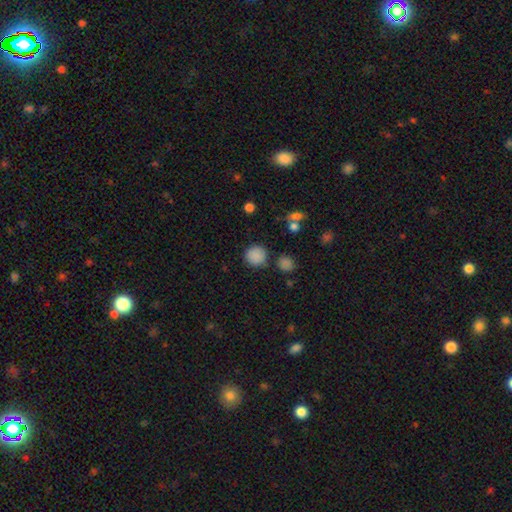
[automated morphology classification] Smooth or featured? smooth (84%)
How rounded? round (91%)
Merging? none (80%)